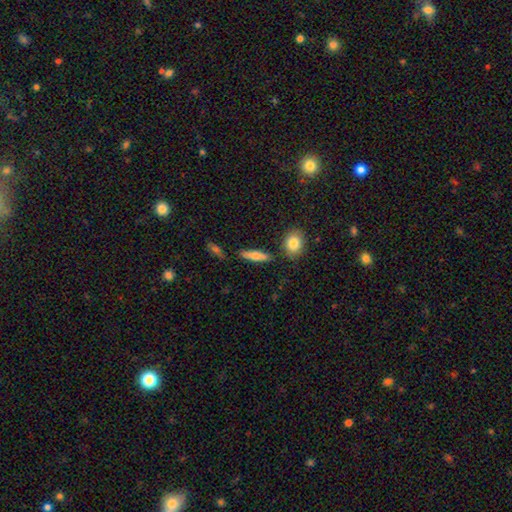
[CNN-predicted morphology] A smooth galaxy with no disk features (66%) that is cigar-shaped (69%). Merging: none (81%).